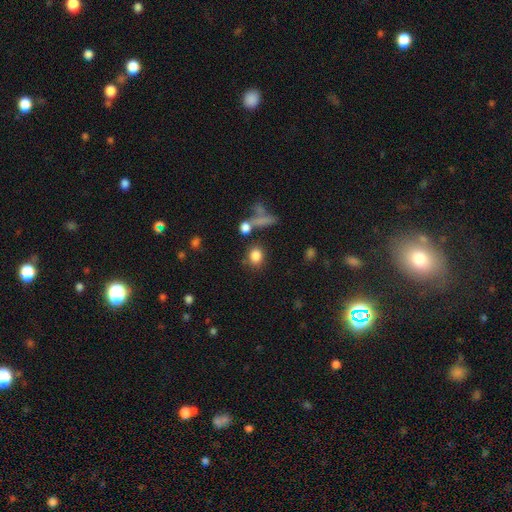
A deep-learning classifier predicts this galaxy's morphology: This is clearly a smooth galaxy (82%). How rounded: likely round (66%). Merging: likely none (73%).